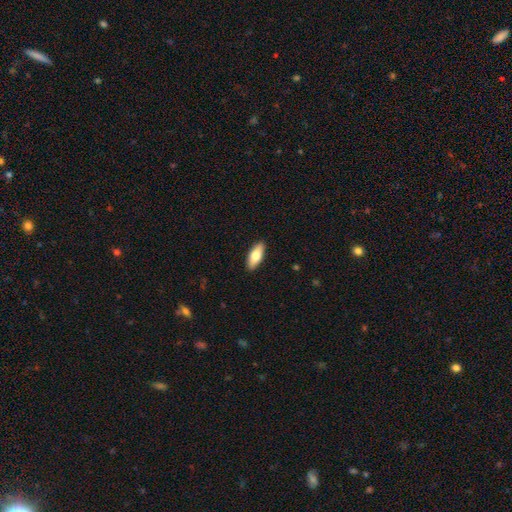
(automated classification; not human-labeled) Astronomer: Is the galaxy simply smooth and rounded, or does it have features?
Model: smooth — 73%.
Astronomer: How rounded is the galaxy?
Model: in between — 77%.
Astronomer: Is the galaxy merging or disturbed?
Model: none — 90%.